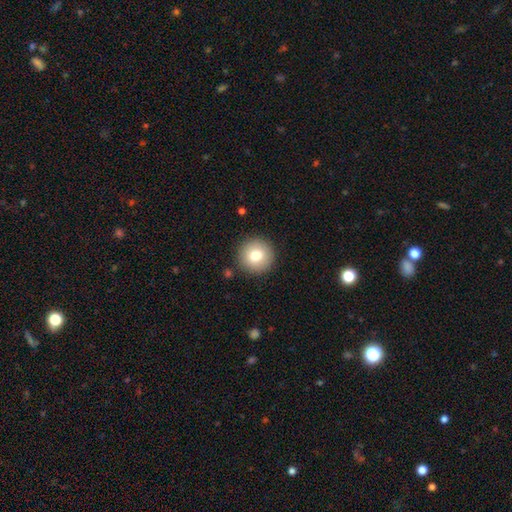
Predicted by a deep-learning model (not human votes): The model was most divided on "smooth or featured": smooth: 77%, featured or disk: 13%, star or artifact: 10%. More confident: how rounded — round (96%); merging — none (91%).